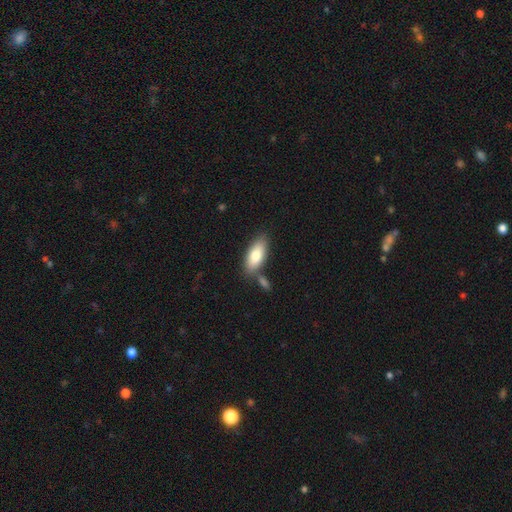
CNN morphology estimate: Smooth or featured?
  - smooth: 78% *
  - featured or disk: 16%
  - star or artifact: 6%
How rounded?
  - in between: 84% *
  - cigar-shaped: 13%
  - round: 2%
Merging?
  - none: 69% *
  - merger: 15%
  - minor disturbance: 13%
  - major disturbance: 3%